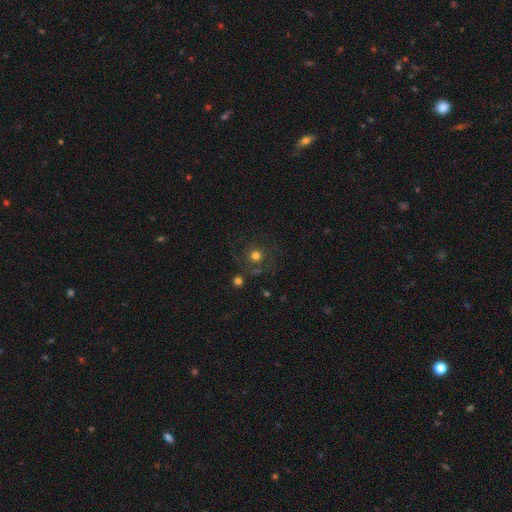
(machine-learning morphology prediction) Smooth or featured: smooth — 58% (featured or disk — 23%)
How rounded: round — 92% (in between — 7%)
Merging: none — 72% (minor disturbance — 12%)